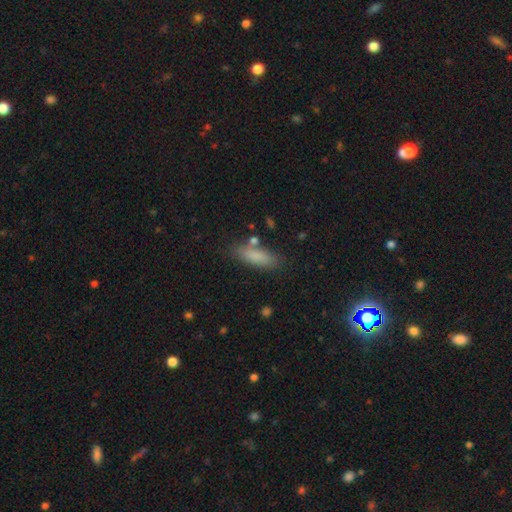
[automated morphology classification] smooth_or_featured: smooth (p=0.83) [alt: featured or disk p=0.09]
how_rounded: in between (p=0.50) [alt: cigar-shaped p=0.48]
merging: none (p=0.79) [alt: minor disturbance p=0.12]